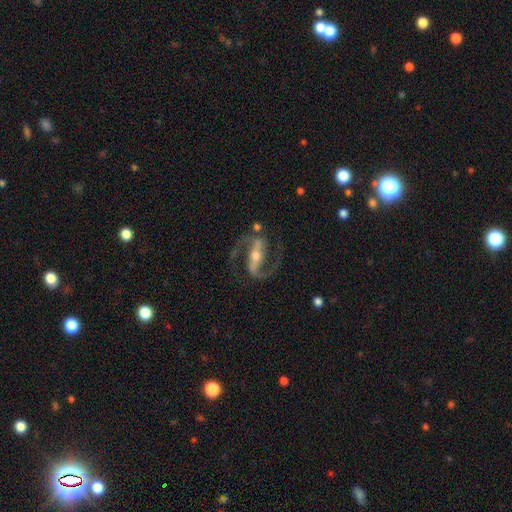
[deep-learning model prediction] featured or disk 91%, star or artifact 5%, smooth 4%. Down the decision tree: edge-on disk — no (95%); bar — strong (69%); spiral arms — yes (97%); spiral arm count — 2 (94%); spiral winding — medium (59%); bulge size — moderate (49%); merging — none (79%).